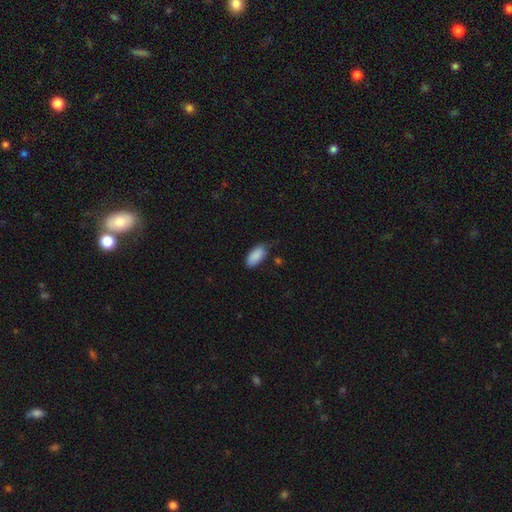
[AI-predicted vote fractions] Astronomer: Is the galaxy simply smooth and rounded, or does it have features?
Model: smooth — 90%.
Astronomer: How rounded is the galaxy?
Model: in between — 92%.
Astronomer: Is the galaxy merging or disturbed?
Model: none — 69%.